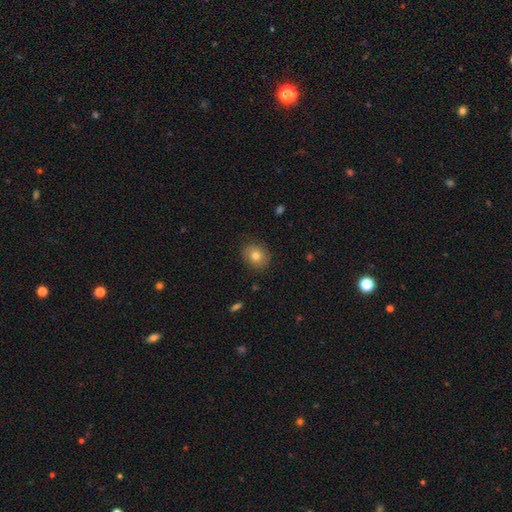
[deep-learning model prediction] Q: Smooth or featured?
A: smooth (78%); runner-up: featured or disk (12%)
Q: How rounded?
A: round (64%); runner-up: in between (35%)
Q: Merging?
A: none (85%); runner-up: minor disturbance (11%)